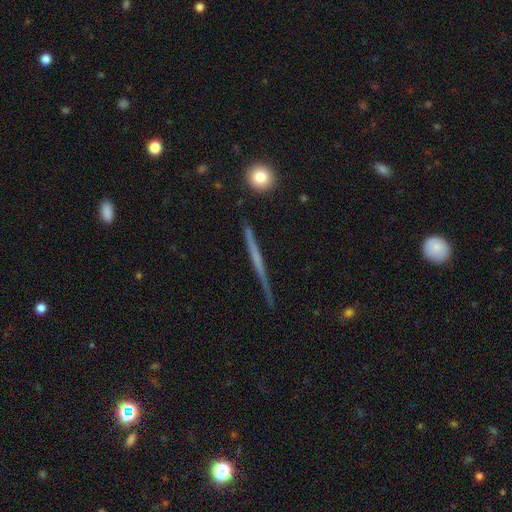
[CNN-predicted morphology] This is likely a featured or disk galaxy (66%). It is clearly viewed edge-on (98%). Edge-on bulge: clearly none (82%). Merging: clearly none (89%).